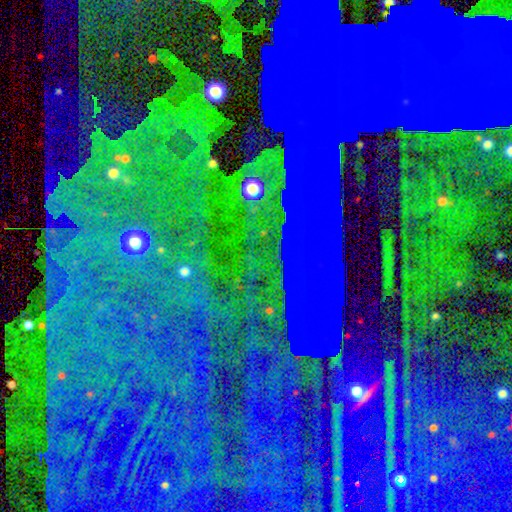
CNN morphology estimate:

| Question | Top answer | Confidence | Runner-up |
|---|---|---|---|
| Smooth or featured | star or artifact | 86% | featured or disk (8%) |